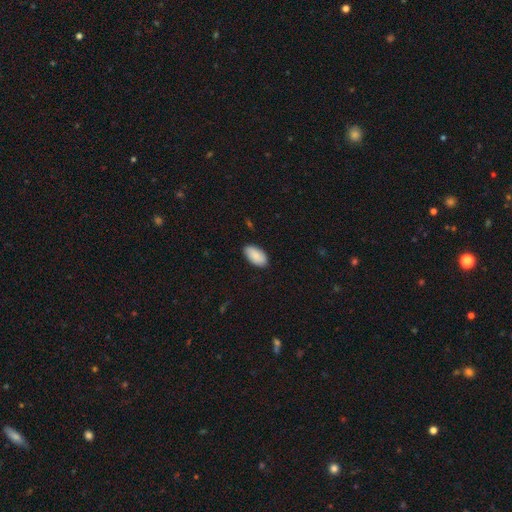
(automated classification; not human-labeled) This is clearly a smooth galaxy (84%). How rounded: clearly in between (95%). Merging: clearly none (85%).